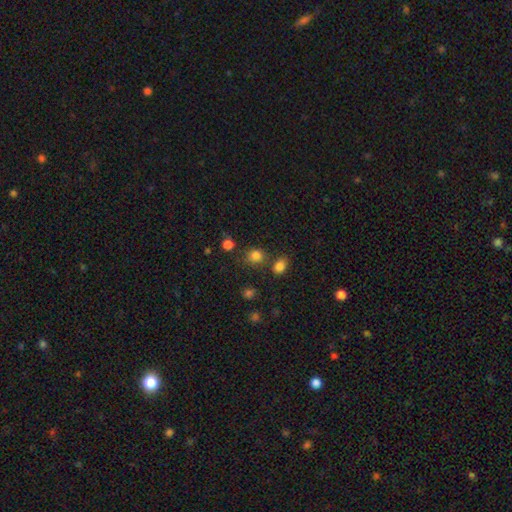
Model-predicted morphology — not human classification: A smooth galaxy with no disk features (81%) that is round (76%). Merging: none (72%).